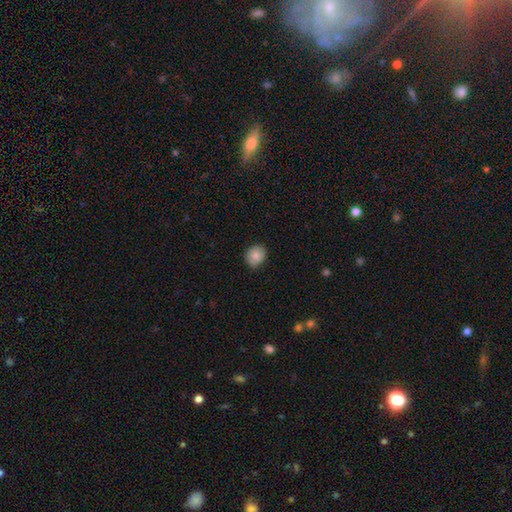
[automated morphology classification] type=smooth (84%); roundness=round (78%); merging=none (85%).